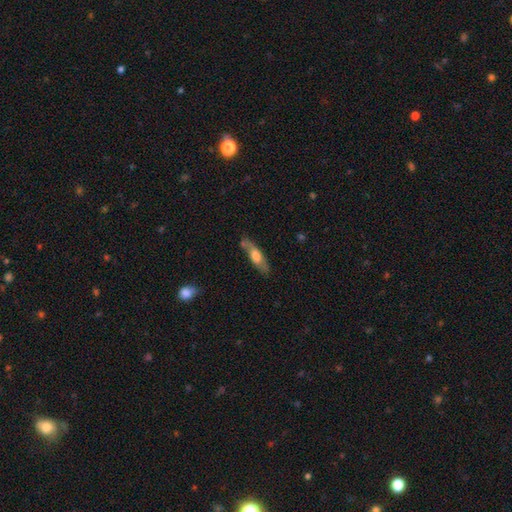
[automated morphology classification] Smooth or featured? smooth (53%)
How rounded? cigar-shaped (59%)
Merging? none (71%)